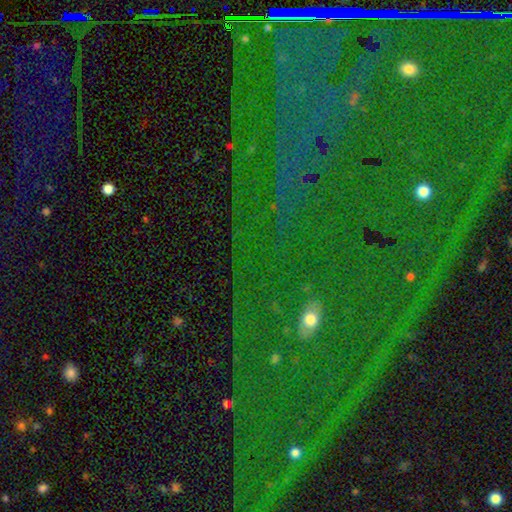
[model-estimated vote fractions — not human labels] A star or artifact, not a galaxy (81%).